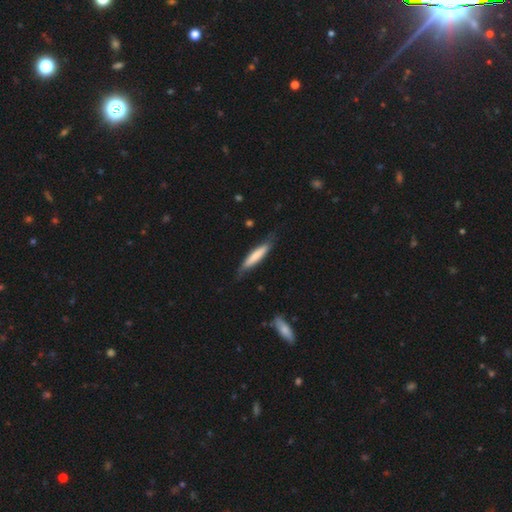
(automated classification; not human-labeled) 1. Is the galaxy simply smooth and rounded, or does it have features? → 71% smooth, 24% featured or disk, 5% star or artifact.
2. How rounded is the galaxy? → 87% cigar-shaped, 12% in between, 1% round.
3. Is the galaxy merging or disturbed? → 73% none, 21% minor disturbance, 4% major disturbance, 2% merger.